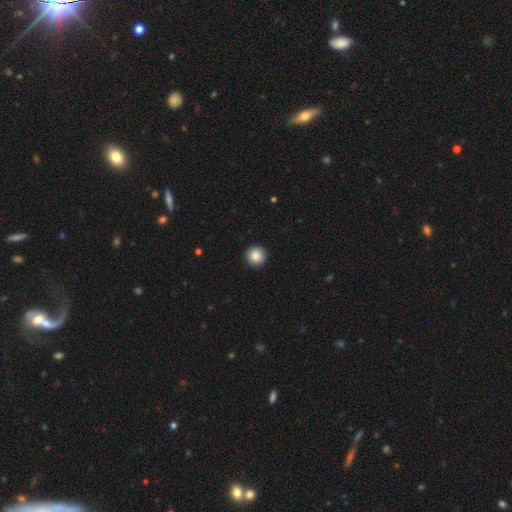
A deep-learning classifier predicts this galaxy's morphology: A smooth galaxy with no disk features (87%) that is round (96%).

Vote fractions:
- Smooth or featured? smooth: 87% / star or artifact: 8% / featured or disk: 5%
- How rounded? round: 96% / in between: 3% / cigar-shaped: 1%
- Merging? none: 93% / minor disturbance: 4% / major disturbance: 1% / merger: 1%